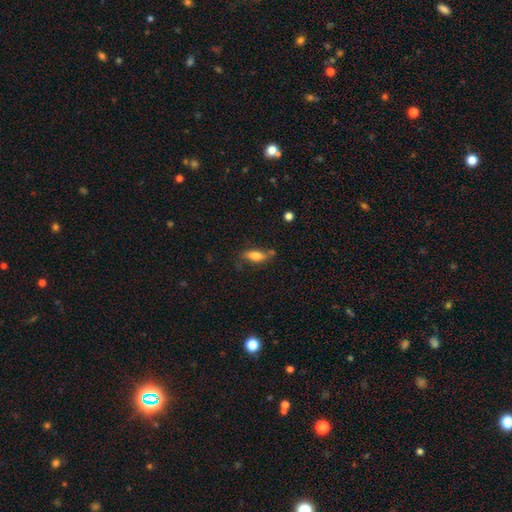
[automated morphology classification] smooth-or-featured: smooth: 70% | featured or disk: 22% | star or artifact: 8%
  how-rounded: in between: 65% | cigar-shaped: 32% | round: 3%
  merging: none: 63% | minor disturbance: 23% | merger: 7% | major disturbance: 7%